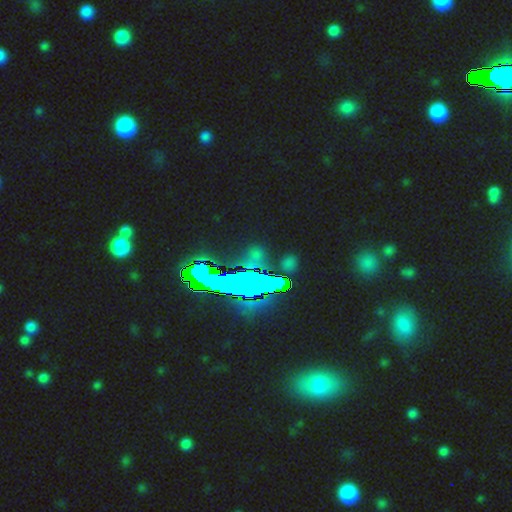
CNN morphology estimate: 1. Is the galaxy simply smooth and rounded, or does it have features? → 74% star or artifact, 17% smooth, 10% featured or disk.